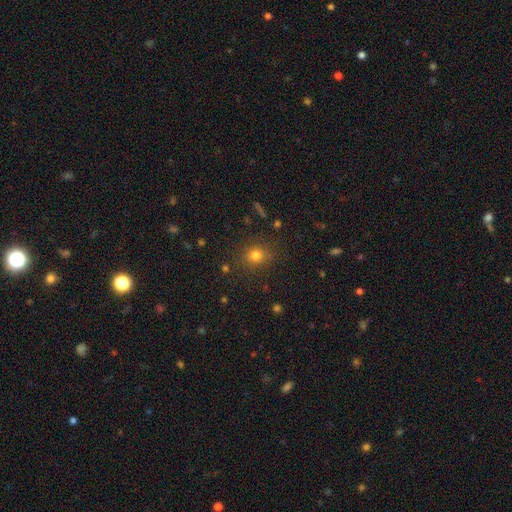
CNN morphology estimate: Smooth or featured? smooth (76%)
How rounded? round (75%)
Merging? none (84%)